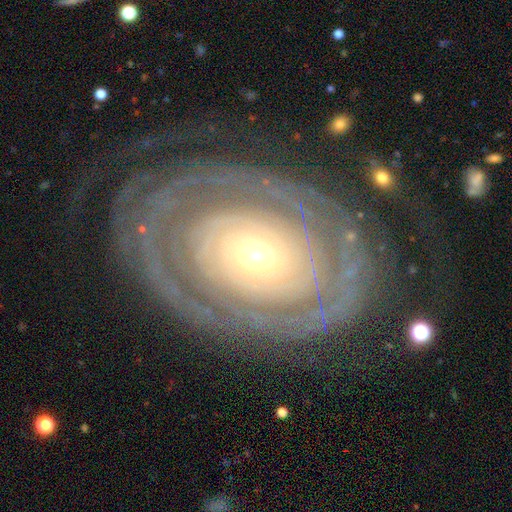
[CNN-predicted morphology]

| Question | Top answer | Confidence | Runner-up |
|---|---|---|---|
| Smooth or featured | featured or disk | 82% | smooth (13%) |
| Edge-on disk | no | 95% | yes (5%) |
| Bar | no | 86% | weak (9%) |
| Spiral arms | yes | 76% | no (24%) |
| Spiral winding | tight | 83% | medium (11%) |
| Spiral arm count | can't tell | 44% | 2 (22%) |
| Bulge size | small | 71% | moderate (23%) |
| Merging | none | 75% | minor disturbance (14%) |